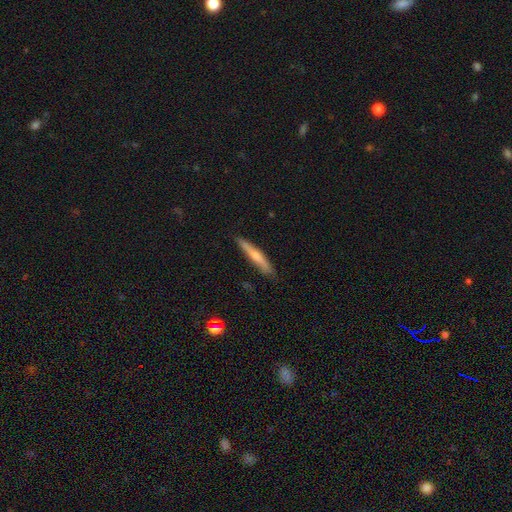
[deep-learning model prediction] This appears to be a smooth galaxy with no disk features (57%) that is cigar-shaped (93%). Merging: none (83%).